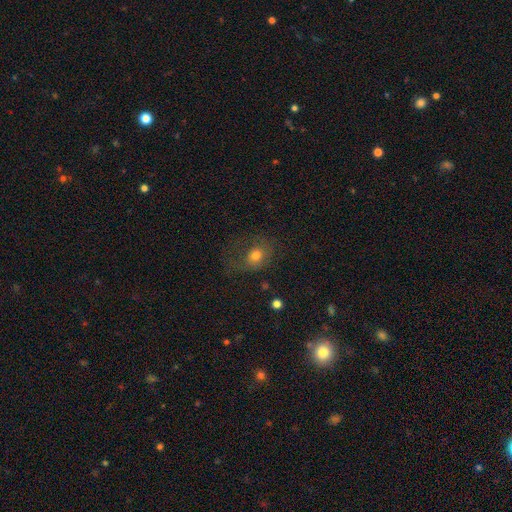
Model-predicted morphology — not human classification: smooth-or-featured: smooth: 66% | featured or disk: 21% | star or artifact: 13%
  how-rounded: in between: 51% | round: 48% | cigar-shaped: 1%
  merging: none: 46% | major disturbance: 30% | minor disturbance: 22% | merger: 2%